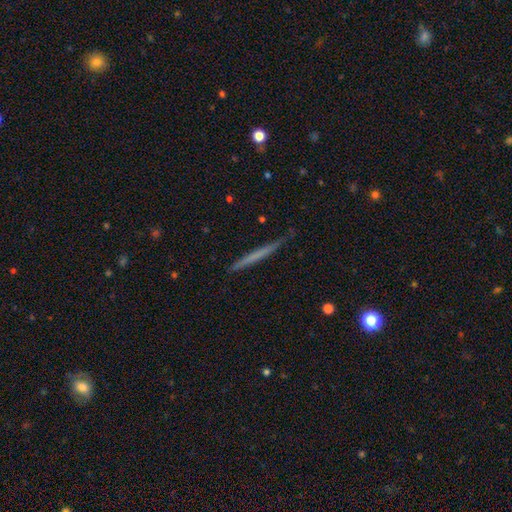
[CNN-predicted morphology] smooth-or-featured: smooth: 49% | featured or disk: 45% | star or artifact: 6%
  merging: none: 84% | minor disturbance: 12% | major disturbance: 2% | merger: 1%